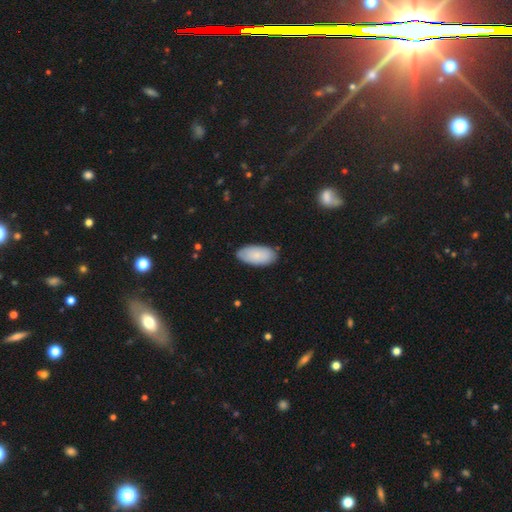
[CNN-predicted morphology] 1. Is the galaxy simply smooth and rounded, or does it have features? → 84% smooth, 11% featured or disk, 6% star or artifact.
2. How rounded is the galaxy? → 94% in between, 4% cigar-shaped, 2% round.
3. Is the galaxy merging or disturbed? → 84% none, 12% minor disturbance, 2% major disturbance, 1% merger.